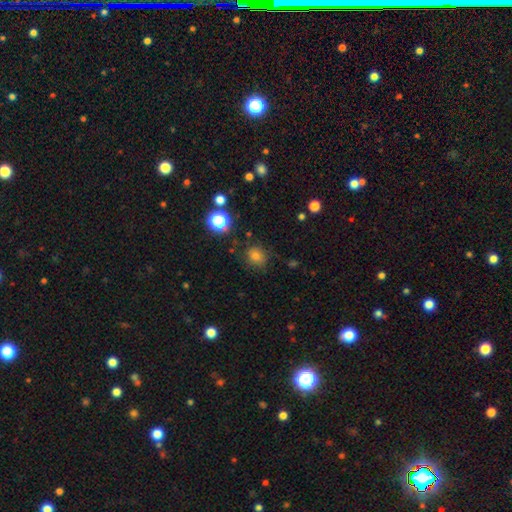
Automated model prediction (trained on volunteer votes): Q: Smooth or featured?
A: smooth (75%); runner-up: star or artifact (18%)
Q: How rounded?
A: round (76%); runner-up: in between (23%)
Q: Merging?
A: none (82%); runner-up: minor disturbance (12%)